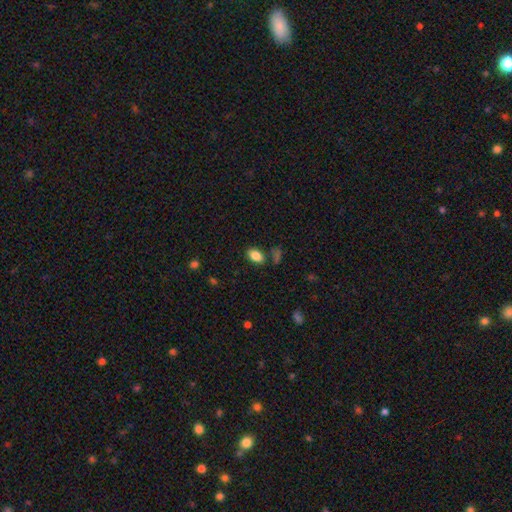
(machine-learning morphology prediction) Smooth or featured?
  - smooth: 85% *
  - star or artifact: 9%
  - featured or disk: 6%
How rounded?
  - in between: 90% *
  - round: 9%
  - cigar-shaped: 2%
Merging?
  - none: 78% *
  - minor disturbance: 12%
  - merger: 6%
  - major disturbance: 3%